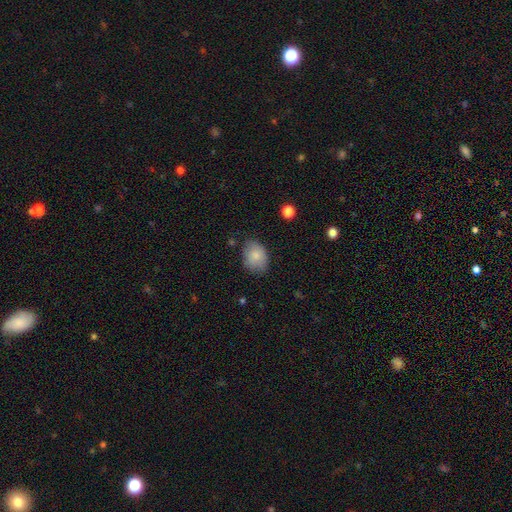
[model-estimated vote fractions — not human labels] Smooth or featured: smooth — 84% (featured or disk — 9%)
How rounded: in between — 68% (round — 31%)
Merging: none — 73% (minor disturbance — 20%)